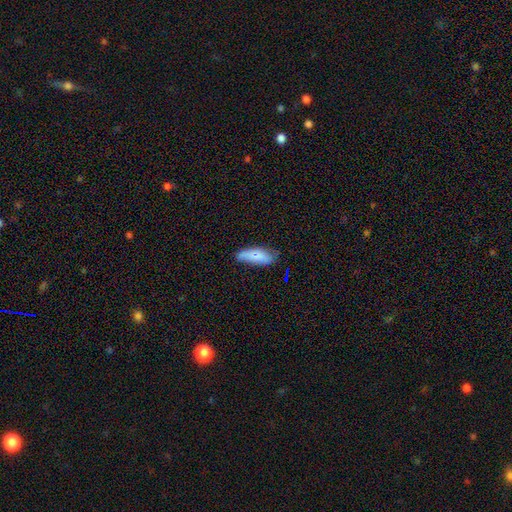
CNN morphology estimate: Q: Smooth or featured?
A: smooth (70%); runner-up: featured or disk (23%)
Q: How rounded?
A: in between (71%); runner-up: cigar-shaped (26%)
Q: Merging?
A: none (56%); runner-up: minor disturbance (34%)